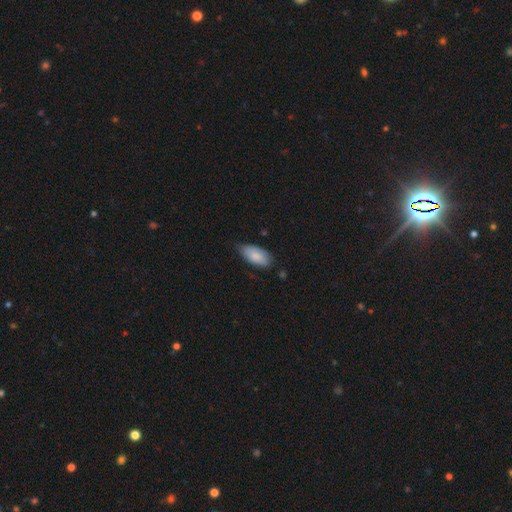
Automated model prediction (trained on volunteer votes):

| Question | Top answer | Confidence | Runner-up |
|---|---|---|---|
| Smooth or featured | smooth | 84% | featured or disk (10%) |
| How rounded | in between | 92% | cigar-shaped (6%) |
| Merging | none | 64% | minor disturbance (31%) |